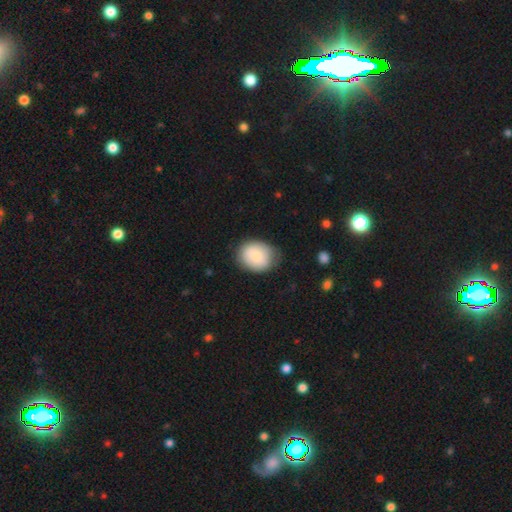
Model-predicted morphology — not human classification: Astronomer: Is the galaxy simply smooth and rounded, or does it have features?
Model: smooth — 85%.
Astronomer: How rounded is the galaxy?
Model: round — 51% (runner-up: in between, 48%).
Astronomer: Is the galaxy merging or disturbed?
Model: none — 69%.